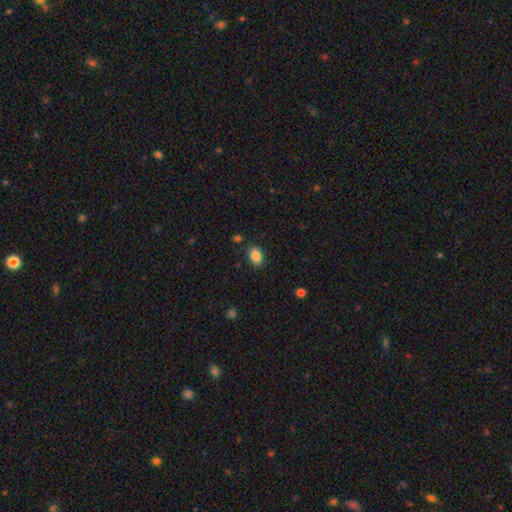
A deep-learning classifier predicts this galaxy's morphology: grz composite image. It shows a smooth galaxy with no disk features (87%) that is in between round and cigar-shaped (84%). Merging: none (84%).